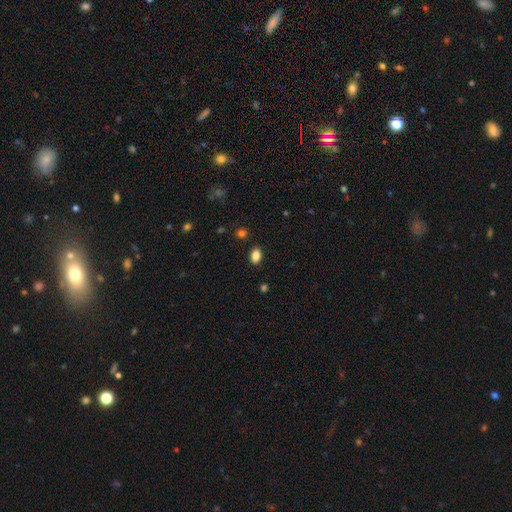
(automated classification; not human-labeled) Q: Smooth or featured?
A: smooth (86%); runner-up: star or artifact (10%)
Q: How rounded?
A: in between (86%); runner-up: round (13%)
Q: Merging?
A: none (87%); runner-up: minor disturbance (9%)